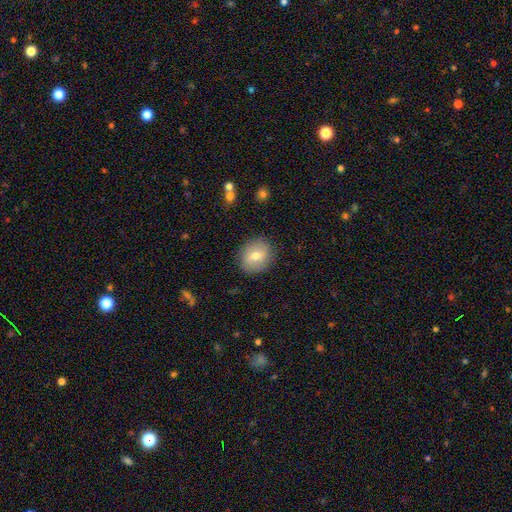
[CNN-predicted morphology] Smooth or featured?
  - smooth: 67% *
  - featured or disk: 25%
  - star or artifact: 8%
How rounded?
  - round: 67% *
  - in between: 32%
  - cigar-shaped: 1%
Merging?
  - none: 86% *
  - minor disturbance: 10%
  - major disturbance: 3%
  - merger: 1%